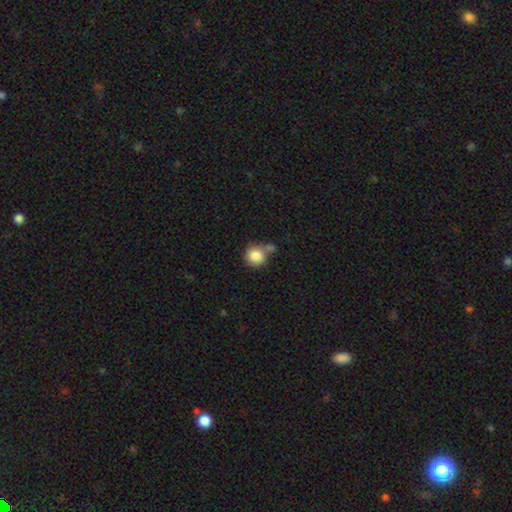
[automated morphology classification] smooth_or_featured: smooth (p=0.85) [alt: star or artifact p=0.09]
how_rounded: round (p=0.90) [alt: in between p=0.09]
merging: none (p=0.51) [alt: merger p=0.26]